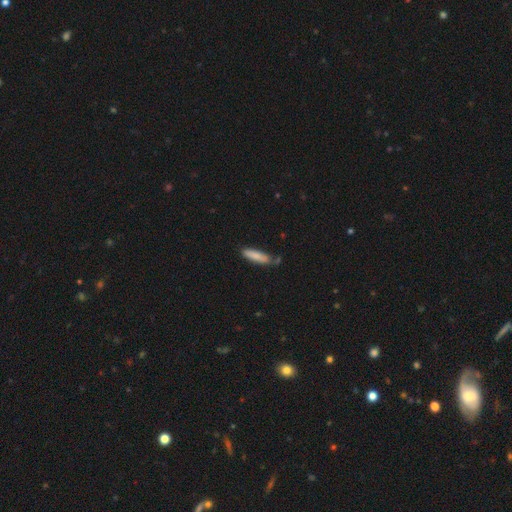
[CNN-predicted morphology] Smooth or featured? smooth (83%)
How rounded? cigar-shaped (77%)
Merging? none (68%)